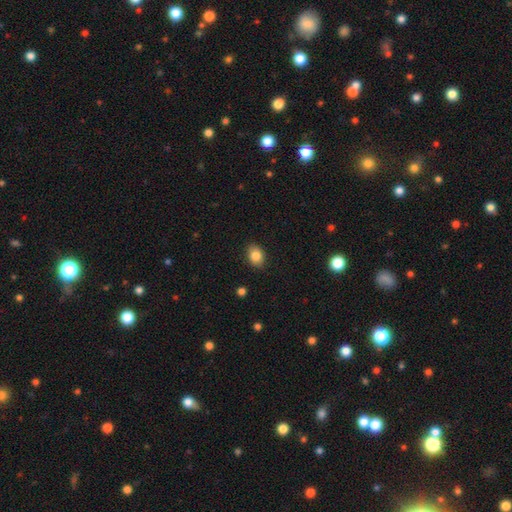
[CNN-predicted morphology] smooth_or_featured: smooth (p=0.85) [alt: star or artifact p=0.09]
how_rounded: in between (p=0.69) [alt: round p=0.30]
merging: none (p=0.87) [alt: minor disturbance p=0.10]